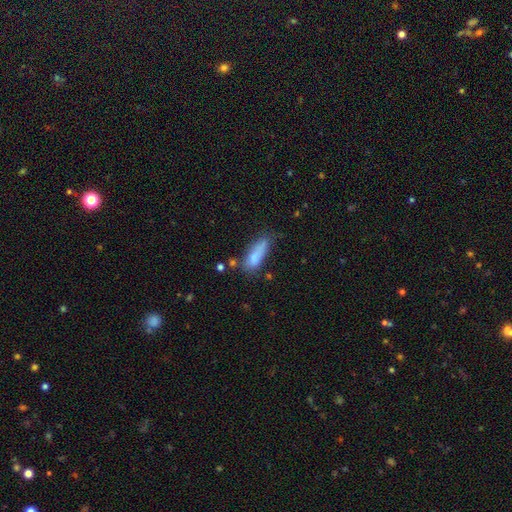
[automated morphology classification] The model was most divided on "merging": none: 45%, minor disturbance: 31%, major disturbance: 15%, merger: 9%. More confident: smooth or featured — smooth (79%); how rounded — in between (58%).